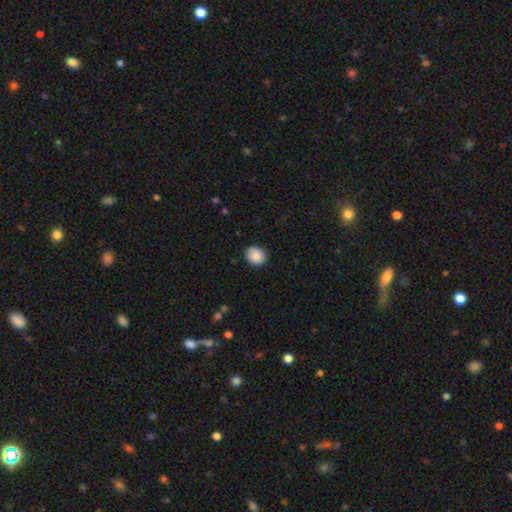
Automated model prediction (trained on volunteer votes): smooth 88%, star or artifact 7%, featured or disk 5%. Down the decision tree: how rounded — round (67%); merging — none (87%).